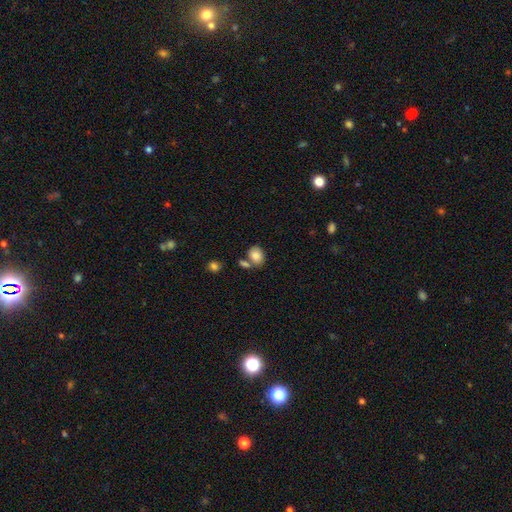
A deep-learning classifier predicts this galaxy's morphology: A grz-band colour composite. It shows a smooth galaxy with no disk features (85%) that is in between round and cigar-shaped (65%). Merging: none (53%).